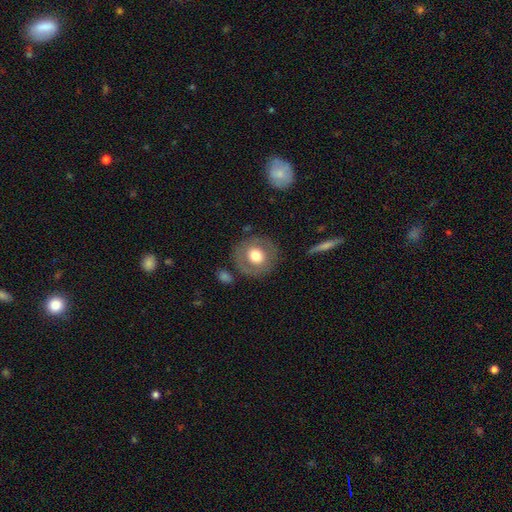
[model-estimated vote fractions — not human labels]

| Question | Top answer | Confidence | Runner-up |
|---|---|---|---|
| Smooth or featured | smooth | 62% | featured or disk (30%) |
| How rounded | round | 91% | in between (8%) |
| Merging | none | 83% | minor disturbance (10%) |